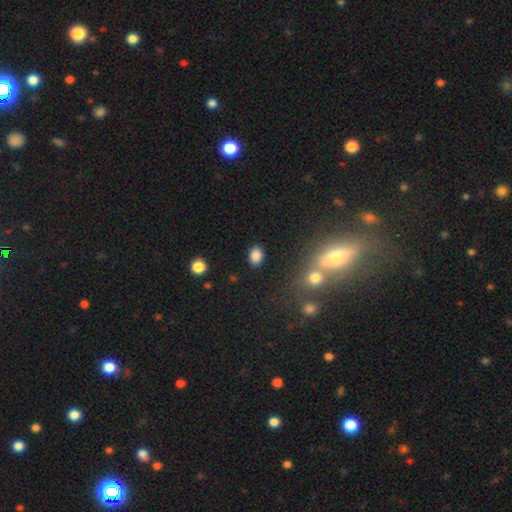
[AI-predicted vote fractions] Smooth or featured: smooth — 84% (star or artifact — 11%)
How rounded: in between — 67% (round — 32%)
Merging: none — 85% (minor disturbance — 10%)